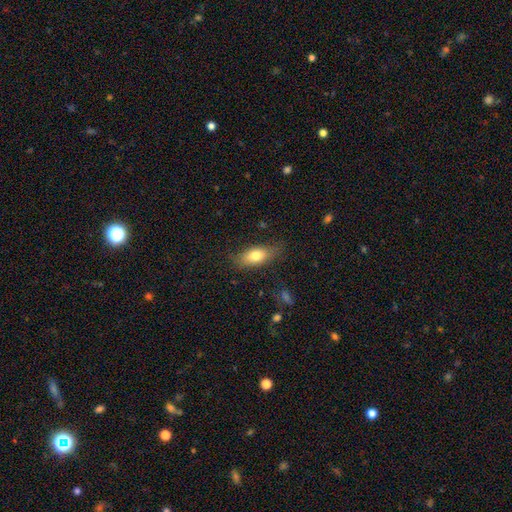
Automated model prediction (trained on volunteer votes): A smooth galaxy with no disk features (76%) that is in between round and cigar-shaped (82%). Merging: none (76%).